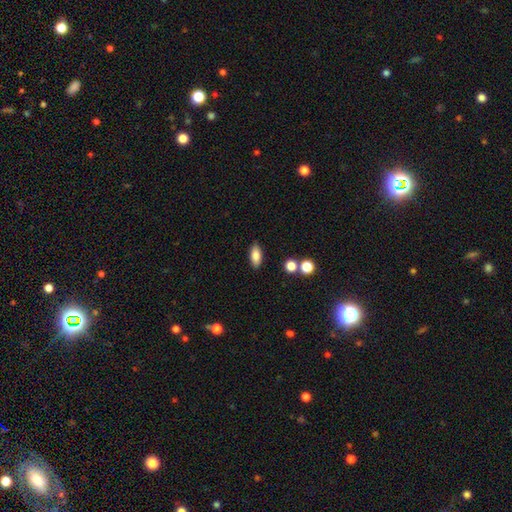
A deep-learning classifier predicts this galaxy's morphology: smooth 82%, featured or disk 10%, star or artifact 8%. Down the decision tree: how rounded — in between (83%); merging — none (86%).